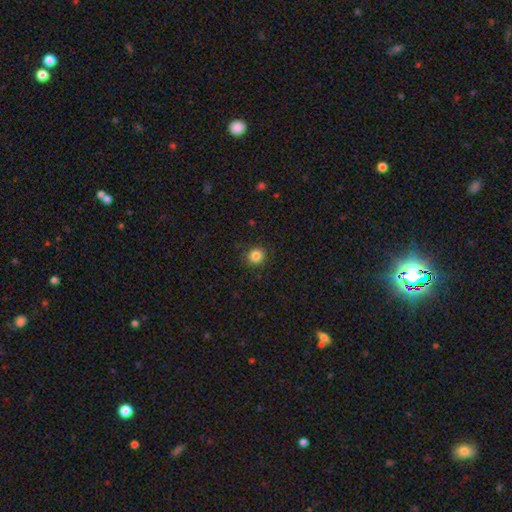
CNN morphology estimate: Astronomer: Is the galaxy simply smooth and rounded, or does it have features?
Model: smooth — 84%.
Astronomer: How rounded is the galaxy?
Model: round — 88%.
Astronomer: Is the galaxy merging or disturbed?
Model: none — 88%.